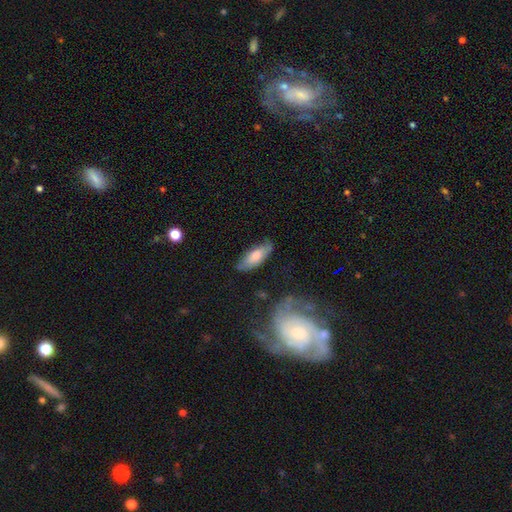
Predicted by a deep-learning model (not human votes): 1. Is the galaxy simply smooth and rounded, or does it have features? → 68% smooth, 26% featured or disk, 6% star or artifact.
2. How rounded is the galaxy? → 68% in between, 29% cigar-shaped, 2% round.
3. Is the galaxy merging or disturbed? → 70% none, 22% minor disturbance, 5% major disturbance, 3% merger.